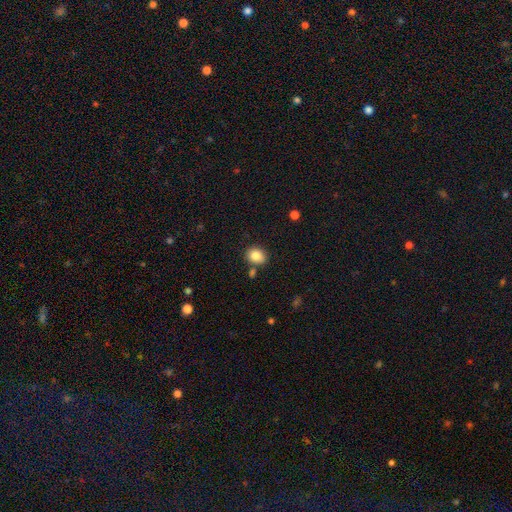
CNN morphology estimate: smooth-or-featured: smooth: 84% | star or artifact: 9% | featured or disk: 6%
  how-rounded: round: 53% | in between: 47% | cigar-shaped: 1%
  merging: none: 76% | minor disturbance: 12% | merger: 9% | major disturbance: 3%